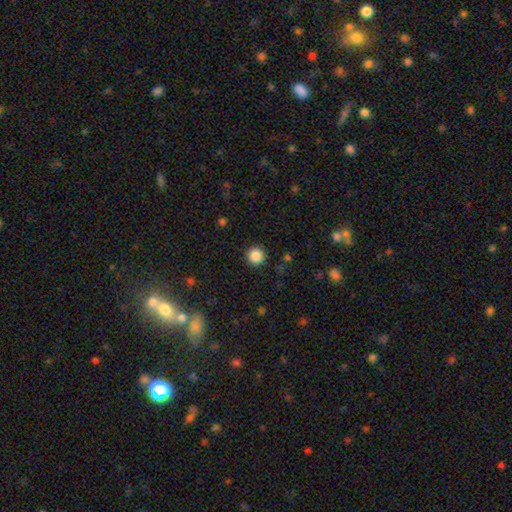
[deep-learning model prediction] A smooth galaxy with no disk features (86%) that is round (96%).

Vote fractions:
- Smooth or featured? smooth: 86% / star or artifact: 11% / featured or disk: 3%
- How rounded? round: 96% / in between: 3% / cigar-shaped: 1%
- Merging? none: 91% / minor disturbance: 6% / major disturbance: 2% / merger: 1%